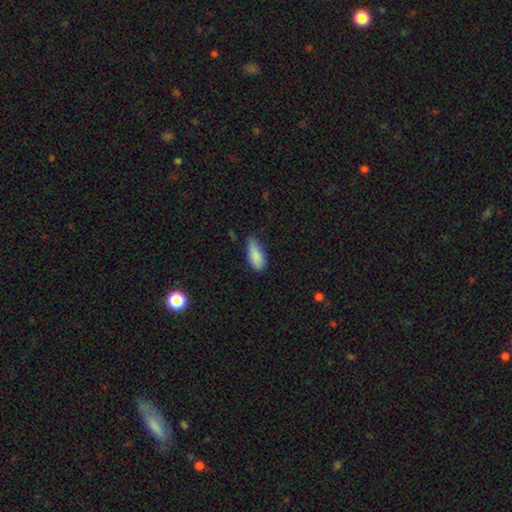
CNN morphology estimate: Smooth or featured? Predicted: smooth (p=0.86). How rounded? Predicted: in between (p=0.80). Merging? Predicted: none (p=0.51).